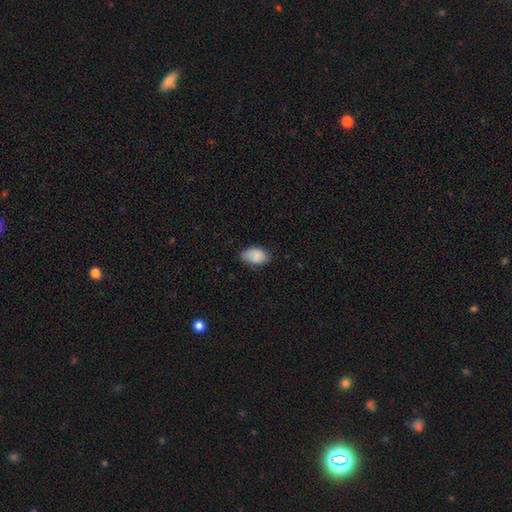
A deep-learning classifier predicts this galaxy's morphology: This appears to be a smooth galaxy with no disk features (87%) that is in between round and cigar-shaped (90%). Merging: none (69%).